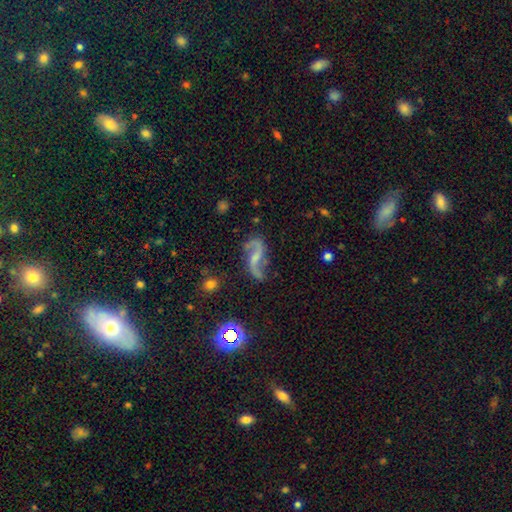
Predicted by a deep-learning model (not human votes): Smooth or featured?
  - featured or disk: 86% *
  - star or artifact: 8%
  - smooth: 6%
Edge-on disk?
  - no: 97% *
  - yes: 3%
Bar?
  - weak: 42% *
  - no: 38%
  - strong: 20%
Spiral arms?
  - yes: 96% *
  - no: 4%
Spiral winding?
  - loose: 81% *
  - medium: 15%
  - tight: 4%
Spiral arm count?
  - 2: 93% *
  - 1: 2%
  - can't tell: 2%
  - 3: 1%
  - 4: 1%
  - more than 4: 1%
Bulge size?
  - small: 48% *
  - none: 27%
  - moderate: 22%
  - large: 2%
  - dominant: 1%
Merging?
  - none: 71% *
  - minor disturbance: 16%
  - major disturbance: 9%
  - merger: 3%